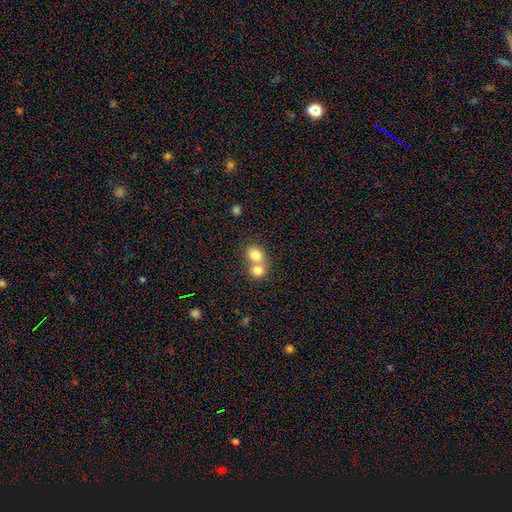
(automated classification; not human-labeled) smooth 79%, featured or disk 11%, star or artifact 10%. Down the decision tree: how rounded — round (63%); merging — merger (64%).